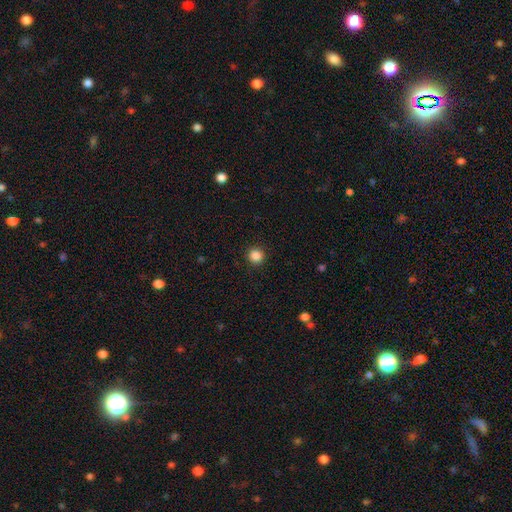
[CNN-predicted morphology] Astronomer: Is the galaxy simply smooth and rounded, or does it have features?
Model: smooth — 86%.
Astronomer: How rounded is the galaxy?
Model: round — 94%.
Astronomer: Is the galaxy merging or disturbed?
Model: none — 92%.